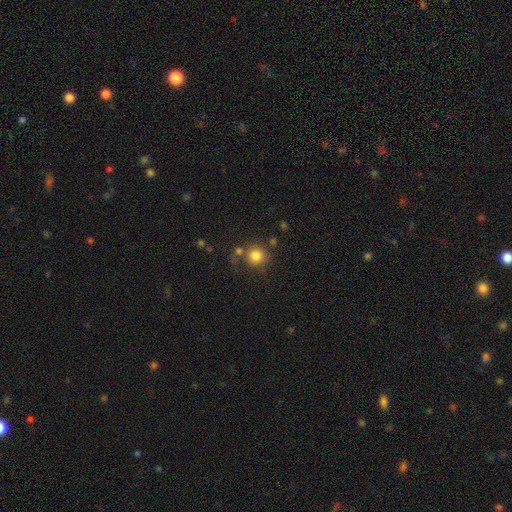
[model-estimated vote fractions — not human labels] Morphology: type=smooth (82%); roundness=round (91%); merging=none (73%).